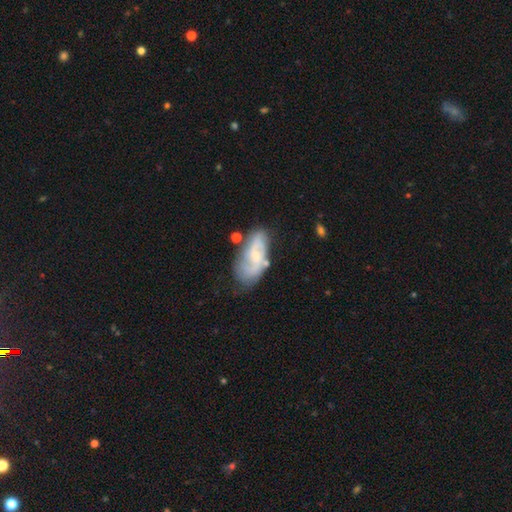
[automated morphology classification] Smooth or featured: featured or disk — 61% (smooth — 31%)
Edge-on disk: no — 94% (yes — 6%)
Bar: no — 55% (weak — 37%)
Spiral arms: yes — 81% (no — 19%)
Bulge size: small — 47% (moderate — 25%)
Merging: none — 55% (minor disturbance — 25%)